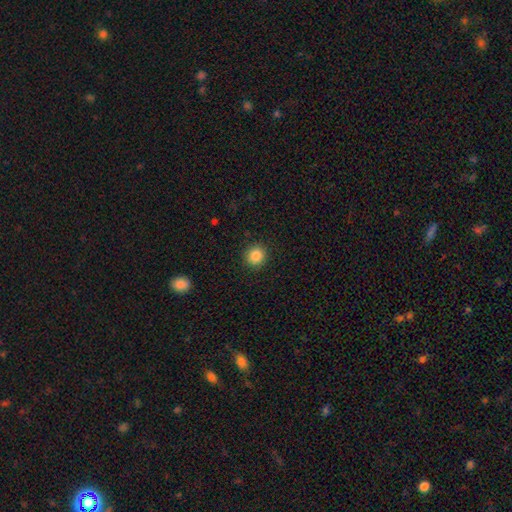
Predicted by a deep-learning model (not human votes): smooth-or-featured: smooth: 86% | star or artifact: 10% | featured or disk: 4%
  how-rounded: round: 91% | in between: 8% | cigar-shaped: 1%
  merging: none: 91% | minor disturbance: 6% | major disturbance: 2% | merger: 1%